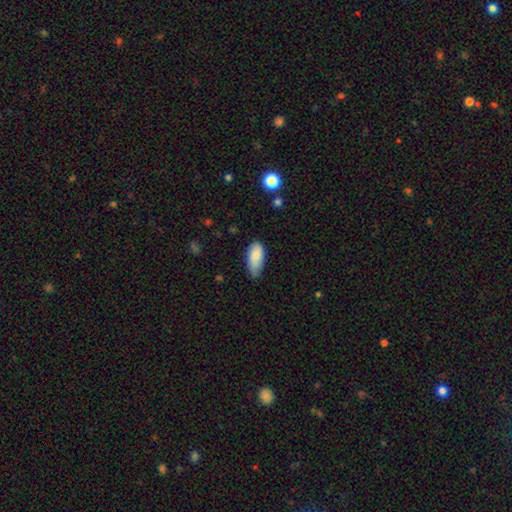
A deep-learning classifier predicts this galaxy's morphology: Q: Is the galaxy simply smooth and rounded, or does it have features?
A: smooth — 82%.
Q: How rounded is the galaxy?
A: in between — 90%.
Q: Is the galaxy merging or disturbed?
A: minor disturbance — 45%, tied with none.